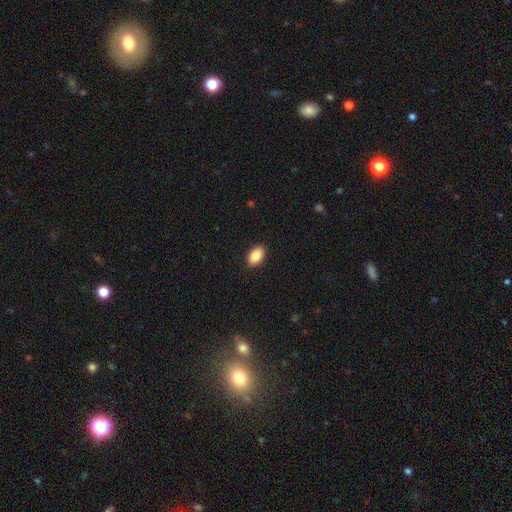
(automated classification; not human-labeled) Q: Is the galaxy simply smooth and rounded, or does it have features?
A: smooth — 87%.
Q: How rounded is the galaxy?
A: in between — 91%.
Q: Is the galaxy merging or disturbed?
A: none — 90%.